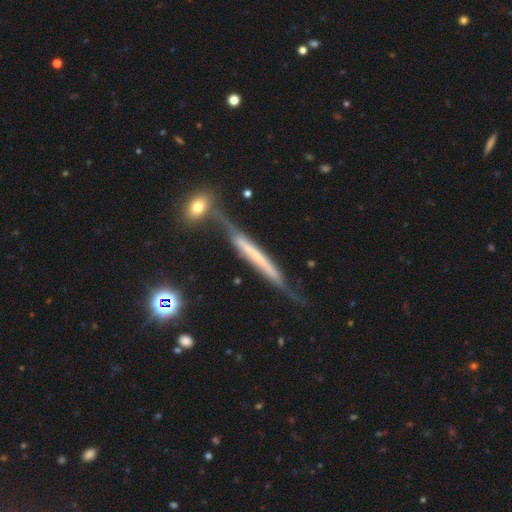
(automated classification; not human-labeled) Overall: featured or disk (65%; smooth 27%). Edge-on disk: yes (83%). Edge-on bulge: none (72%). Merging: none (47%; minor disturbance 25%).